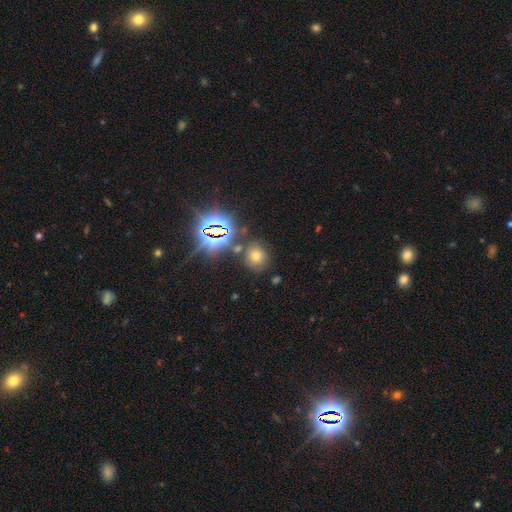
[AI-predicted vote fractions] A smooth galaxy with no disk features (56%) that is round (81%). Merging: none (77%).